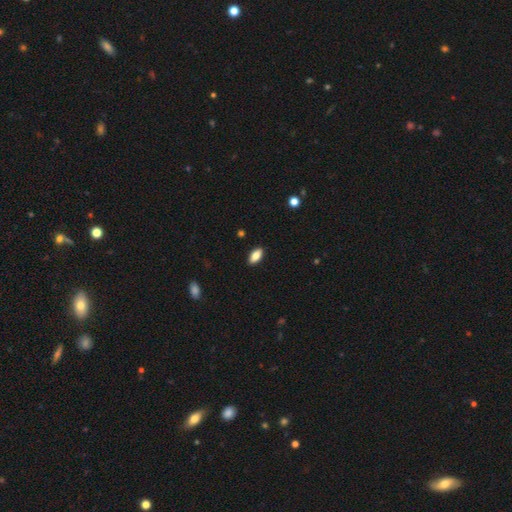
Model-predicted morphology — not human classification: A smooth galaxy with no disk features (81%) that is in between round and cigar-shaped (88%).

Vote fractions:
- Smooth or featured? smooth: 81% / featured or disk: 12% / star or artifact: 7%
- How rounded? in between: 88% / cigar-shaped: 9% / round: 3%
- Merging? none: 89% / minor disturbance: 8% / major disturbance: 2% / merger: 1%